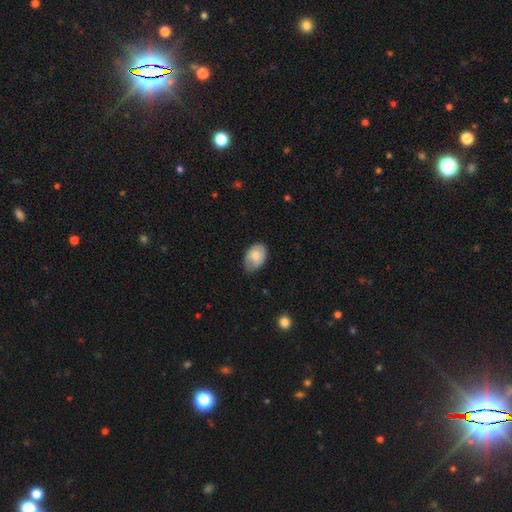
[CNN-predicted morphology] Q: Smooth or featured?
A: smooth (76%); runner-up: featured or disk (17%)
Q: How rounded?
A: in between (85%); runner-up: round (14%)
Q: Merging?
A: none (64%); runner-up: minor disturbance (30%)